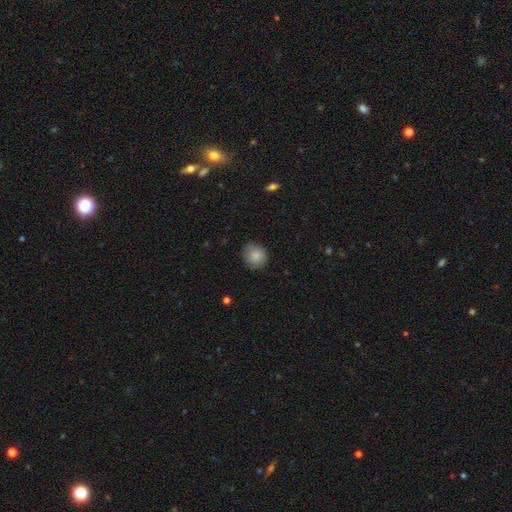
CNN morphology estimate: Smooth or featured: smooth — 85% (featured or disk — 8%)
How rounded: round — 88% (in between — 11%)
Merging: none — 80% (minor disturbance — 16%)